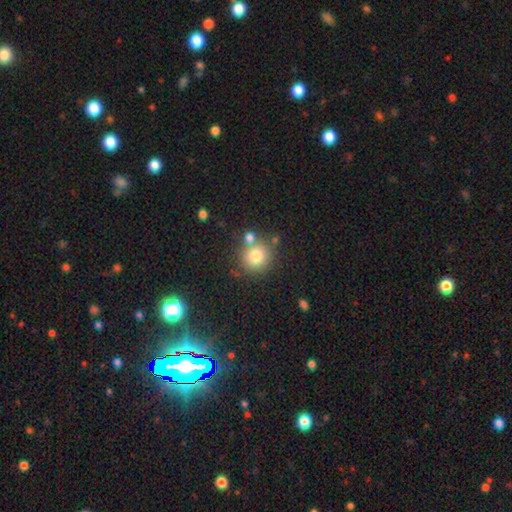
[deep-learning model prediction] smooth-or-featured: smooth: 79% | star or artifact: 11% | featured or disk: 10%
  how-rounded: round: 88% | in between: 11% | cigar-shaped: 1%
  merging: none: 67% | merger: 18% | minor disturbance: 11% | major disturbance: 4%